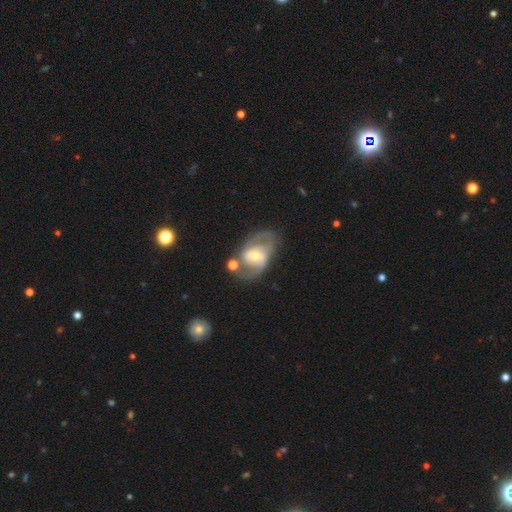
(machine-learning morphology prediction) Smooth or featured? featured or disk (82%)
Edge-on disk? no (96%)
Bar? weak (43%)
Spiral arms? yes (87%)
Spiral winding? medium (51%)
Spiral arm count? 2 (77%)
Bulge size? moderate (49%)
Merging? none (61%)